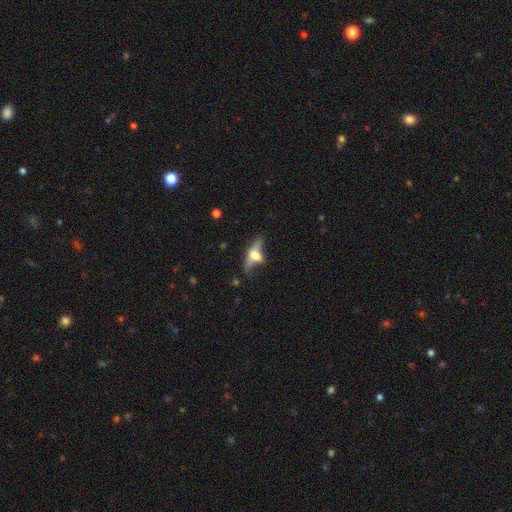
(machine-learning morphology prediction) Smooth or featured: featured or disk — 56% (smooth — 33%)
Edge-on disk: yes — 77% (no — 23%)
Merging: none — 46% (minor disturbance — 22%)